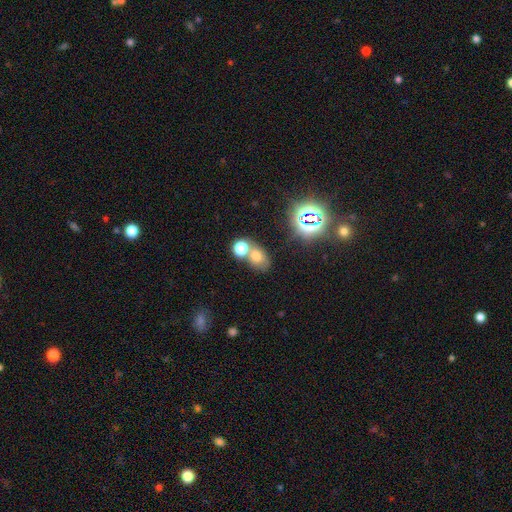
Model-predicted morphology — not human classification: smooth 63%, star or artifact 24%, featured or disk 13%. Down the decision tree: how rounded — in between (57%); merging — merger (43%).